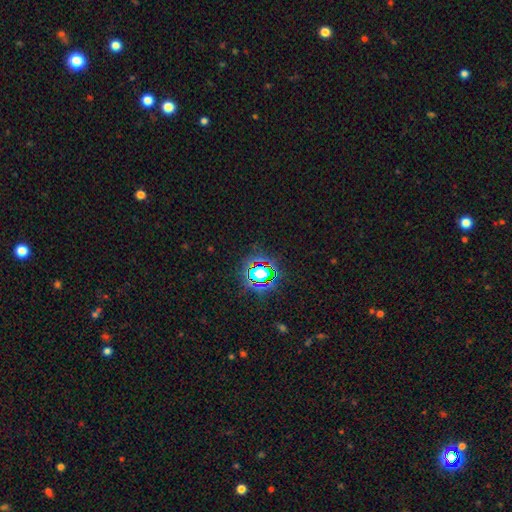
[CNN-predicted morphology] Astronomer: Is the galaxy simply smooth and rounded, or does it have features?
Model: star or artifact — 79%.